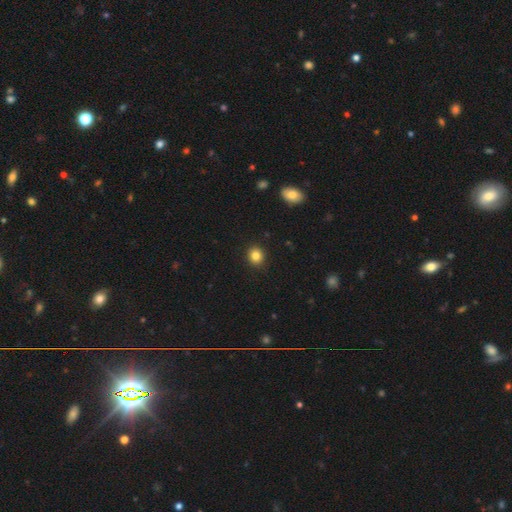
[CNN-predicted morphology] Smooth or featured? Predicted: smooth (p=0.84). How rounded? Predicted: round (p=0.80). Merging? Predicted: none (p=0.91).